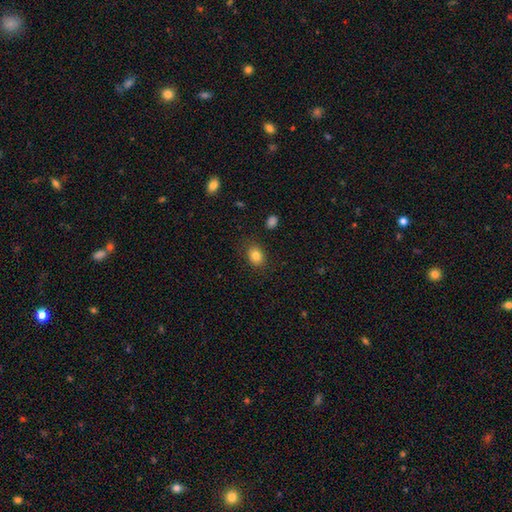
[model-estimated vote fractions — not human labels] Smooth or featured?
  - smooth: 83% *
  - star or artifact: 10%
  - featured or disk: 7%
How rounded?
  - in between: 59% *
  - round: 40%
  - cigar-shaped: 1%
Merging?
  - none: 85% *
  - minor disturbance: 11%
  - major disturbance: 3%
  - merger: 1%